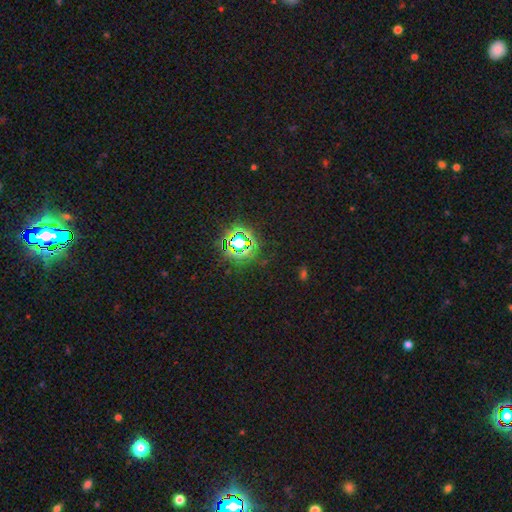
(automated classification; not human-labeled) Smooth or featured? Predicted: star or artifact (p=0.81).